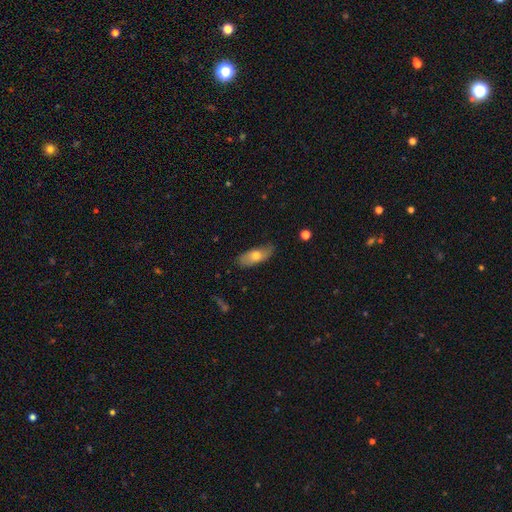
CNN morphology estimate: type=smooth (67%); roundness=in between (78%); merging=none (71%).